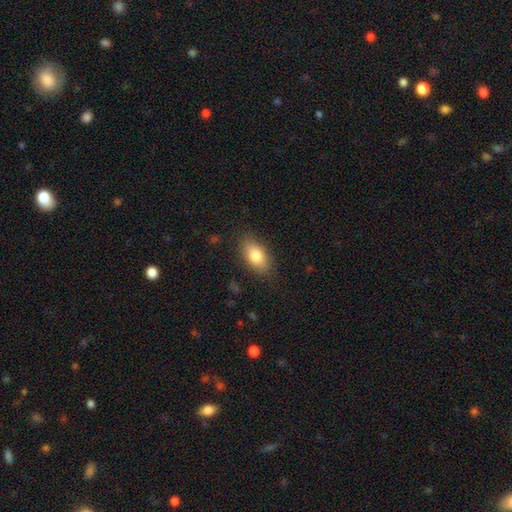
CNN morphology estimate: Smooth or featured? smooth (80%)
How rounded? in between (89%)
Merging? none (84%)